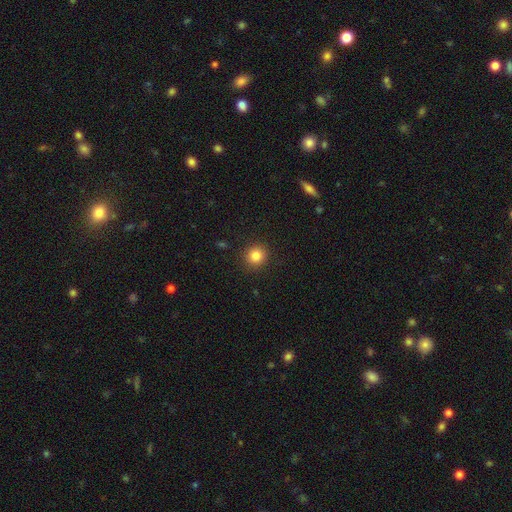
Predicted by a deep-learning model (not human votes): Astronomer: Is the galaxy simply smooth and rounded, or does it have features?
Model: smooth — 84%.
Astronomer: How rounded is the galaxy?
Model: round — 91%.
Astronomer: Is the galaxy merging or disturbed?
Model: none — 91%.